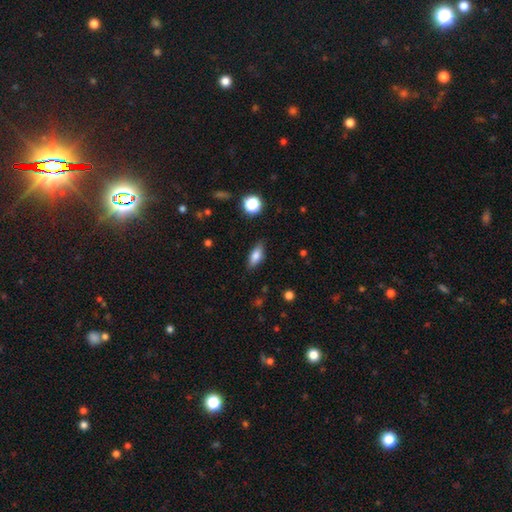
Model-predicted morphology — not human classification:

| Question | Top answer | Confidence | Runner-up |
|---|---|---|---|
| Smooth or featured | smooth | 79% | featured or disk (13%) |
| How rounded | in between | 77% | cigar-shaped (18%) |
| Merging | none | 84% | minor disturbance (12%) |